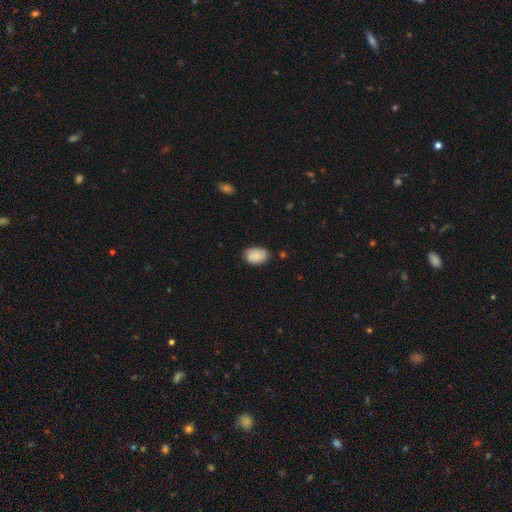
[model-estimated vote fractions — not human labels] Q: Smooth or featured?
A: smooth (82%); runner-up: featured or disk (11%)
Q: How rounded?
A: in between (86%); runner-up: round (13%)
Q: Merging?
A: none (73%); runner-up: minor disturbance (22%)